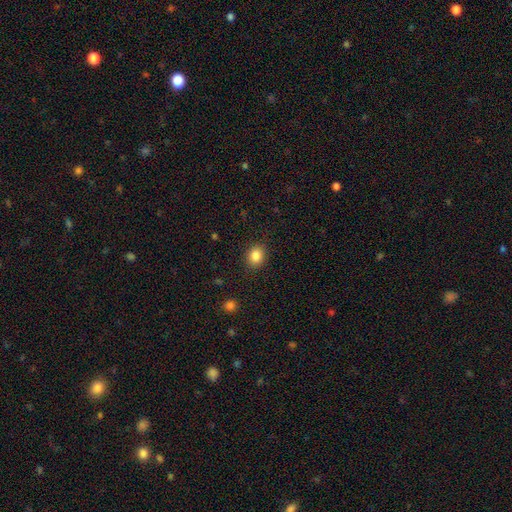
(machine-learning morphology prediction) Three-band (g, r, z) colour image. It shows a smooth galaxy with no disk features (85%) that is round (58%). Merging: none (87%).